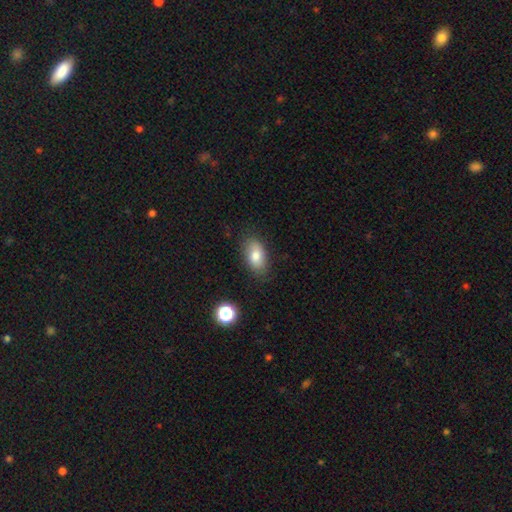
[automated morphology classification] This appears to be a smooth galaxy with no disk features (81%) that is in between round and cigar-shaped (91%). Merging: none (81%).